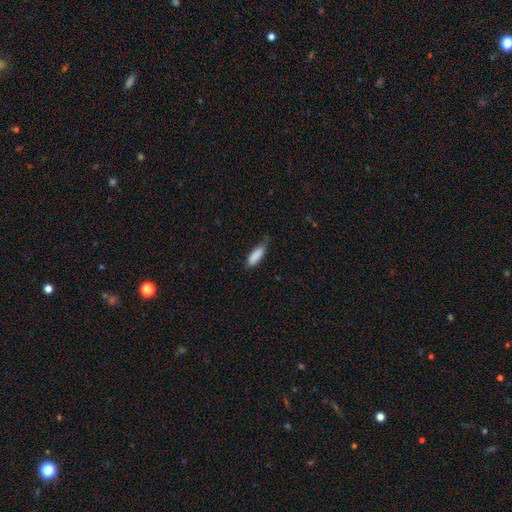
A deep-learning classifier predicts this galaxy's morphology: Overall: smooth (86%). How rounded: in between (52%; cigar-shaped 46%). Merging: none (50%; minor disturbance 39%).